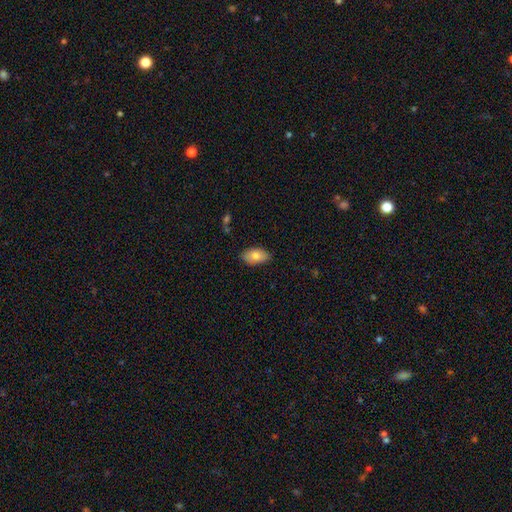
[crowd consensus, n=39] Volunteers were most divided on "smooth or featured": smooth: 85%, featured or disk: 13%, star or artifact: 3%. More confident: how rounded — in between (94%); merging — none (84%).